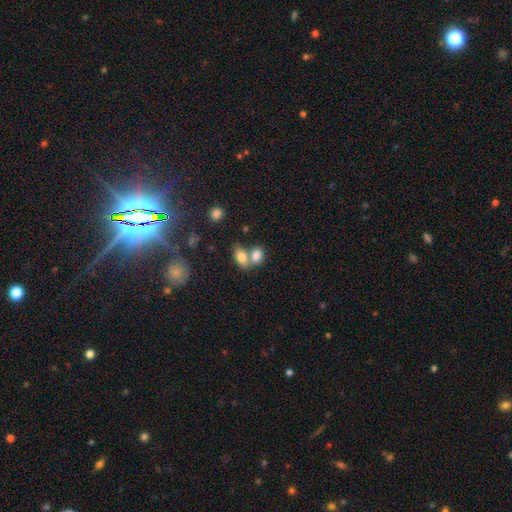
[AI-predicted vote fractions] Smooth or featured? Predicted: smooth (p=0.79). How rounded? Predicted: in between (p=0.82). Merging? Predicted: merger (p=0.59).